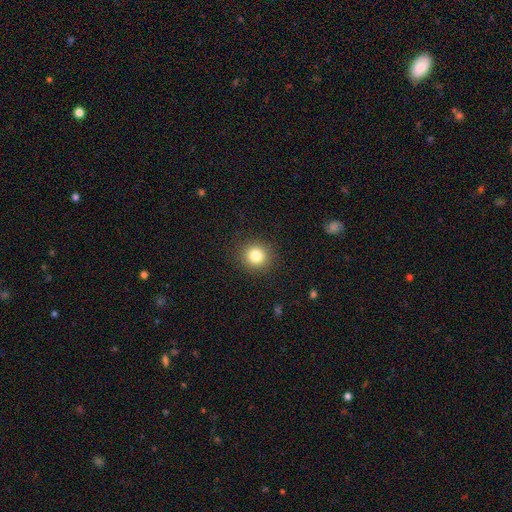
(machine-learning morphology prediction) A smooth galaxy with no disk features (82%) that is round (93%).

Vote fractions:
- Smooth or featured? smooth: 82% / star or artifact: 11% / featured or disk: 7%
- How rounded? round: 93% / in between: 6% / cigar-shaped: 1%
- Merging? none: 90% / minor disturbance: 6% / major disturbance: 2% / merger: 1%